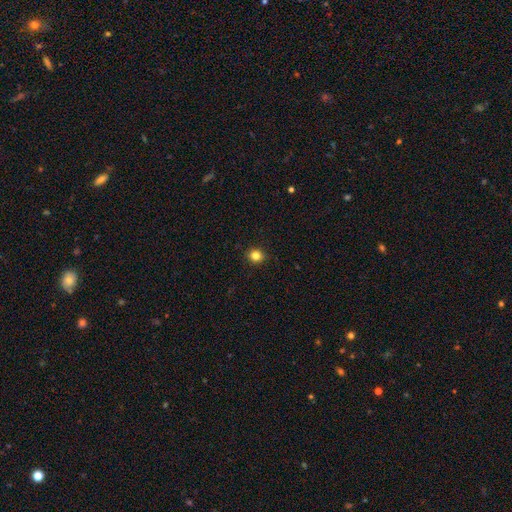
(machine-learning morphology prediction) The model was most divided on "smooth or featured": smooth: 83%, star or artifact: 12%, featured or disk: 4%. More confident: merging — none (92%); how rounded — round (87%).